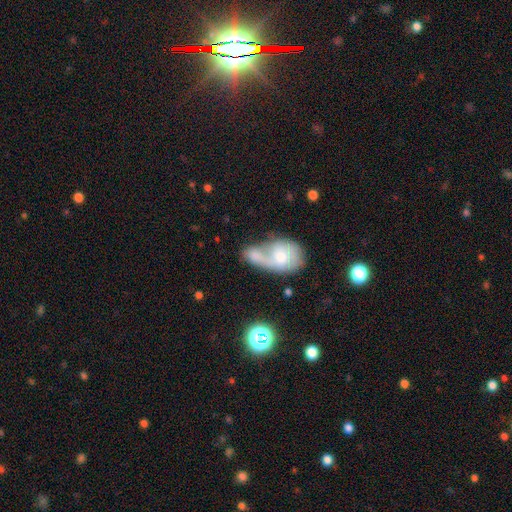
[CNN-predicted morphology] smooth-or-featured: smooth: 61% | featured or disk: 31% | star or artifact: 8%
  how-rounded: in between: 71% | round: 24% | cigar-shaped: 5%
  merging: merger: 62% | none: 15% | major disturbance: 13% | minor disturbance: 10%